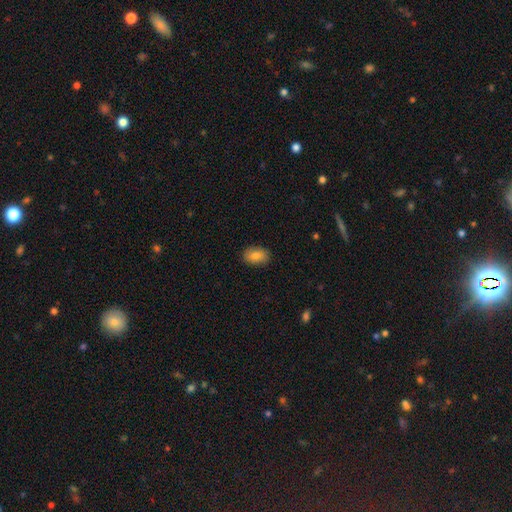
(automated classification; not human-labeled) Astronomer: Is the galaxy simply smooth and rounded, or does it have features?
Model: smooth — 80%.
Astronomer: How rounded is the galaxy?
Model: in between — 86%.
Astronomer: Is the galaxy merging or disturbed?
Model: none — 88%.